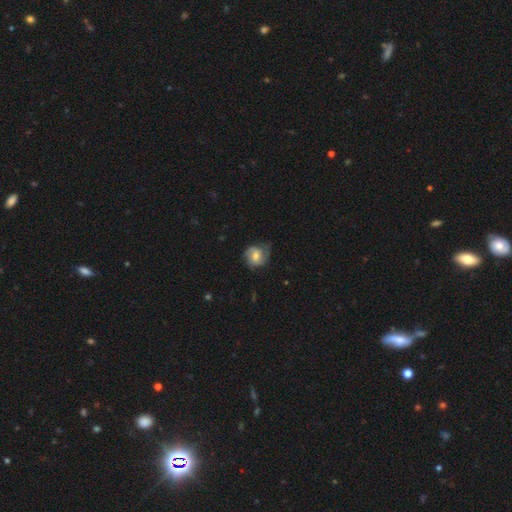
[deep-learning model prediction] The model was most divided on "smooth or featured": smooth: 48%, featured or disk: 45%, star or artifact: 7%. More confident: merging — none (57%).